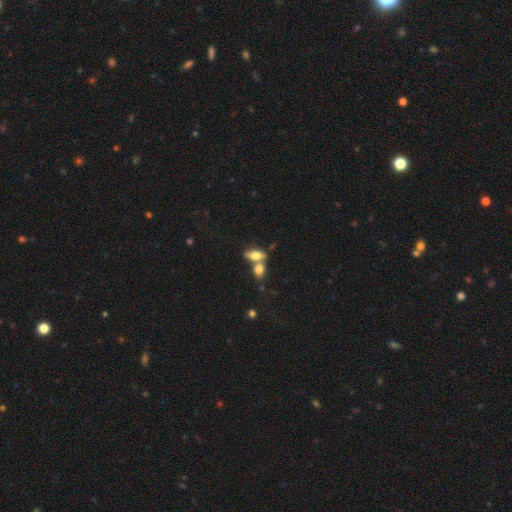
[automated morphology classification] Smooth or featured? Predicted: smooth (p=0.66). How rounded? Predicted: in between (p=0.79). Merging? Predicted: merger (p=0.46).